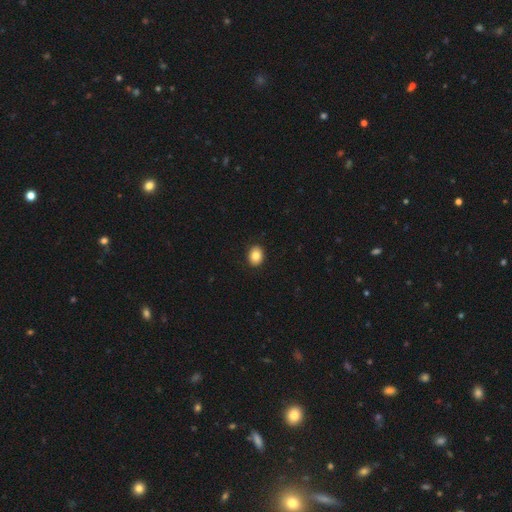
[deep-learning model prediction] Morphology: type=smooth (84%); roundness=in between (52%); merging=none (91%).